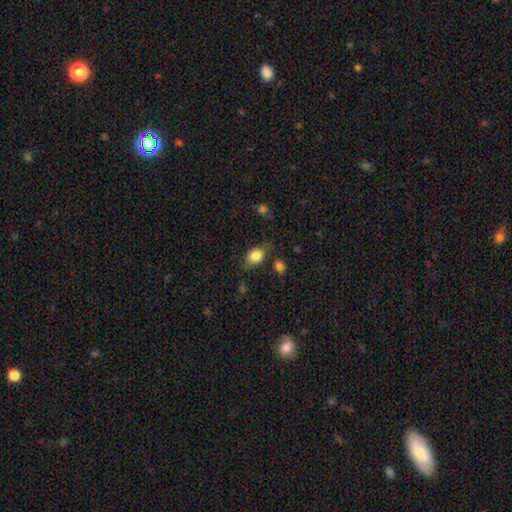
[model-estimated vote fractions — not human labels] Morphology: type=smooth (79%); roundness=in between (77%); merging=none (70%).